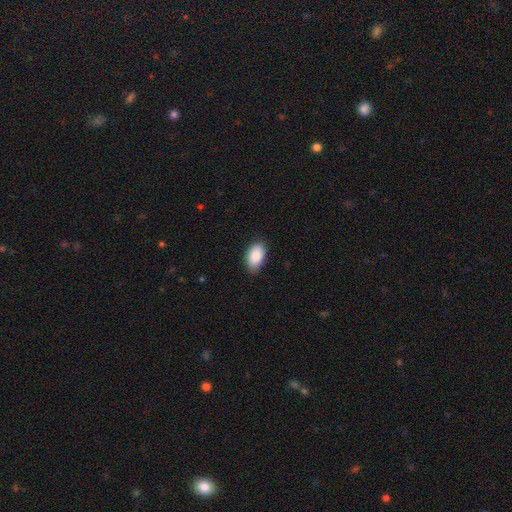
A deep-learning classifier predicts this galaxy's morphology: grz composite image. It shows a smooth galaxy with no disk features (88%) that is in between round and cigar-shaped (94%). Merging: none (83%).